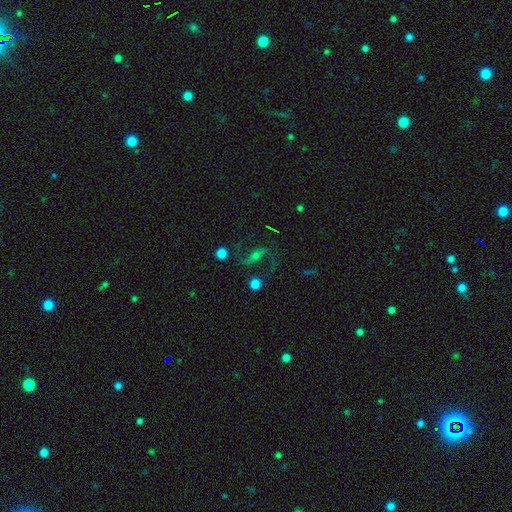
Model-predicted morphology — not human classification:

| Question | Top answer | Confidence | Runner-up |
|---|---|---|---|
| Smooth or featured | featured or disk | 79% | star or artifact (11%) |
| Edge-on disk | no | 95% | yes (5%) |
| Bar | no | 37% | weak (34%) |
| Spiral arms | yes | 95% | no (5%) |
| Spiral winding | loose | 67% | medium (27%) |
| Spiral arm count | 2 | 93% | 1 (2%) |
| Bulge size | moderate | 50% | small (36%) |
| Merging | none | 75% | minor disturbance (12%) |